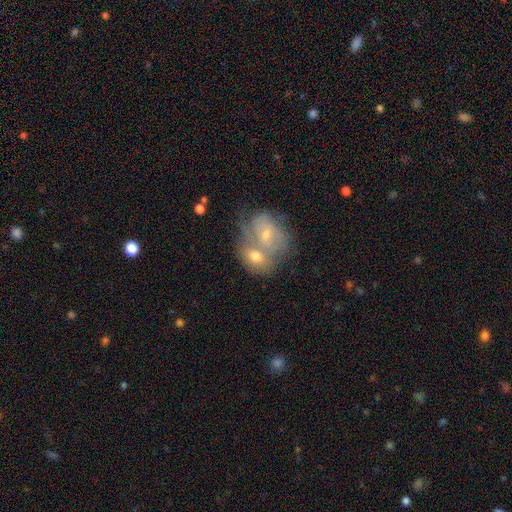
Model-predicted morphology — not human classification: smooth-or-featured: featured or disk: 58% | smooth: 30% | star or artifact: 12%
  disk-edge-on: no: 96% | yes: 4%
    bar: no: 65% | weak: 28% | strong: 7%
    has-spiral-arms: yes: 71% | no: 29%
    bulge-size: small: 57% | moderate: 38% | none: 2% | large: 2% | dominant: 1%
  merging: merger: 60% | none: 29% | minor disturbance: 8% | major disturbance: 4%